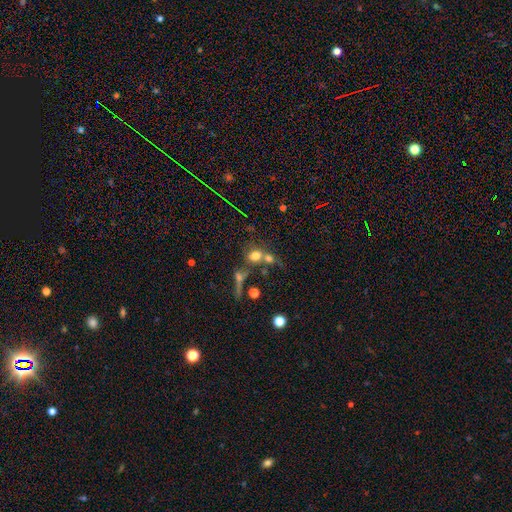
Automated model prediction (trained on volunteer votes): Q: Smooth or featured?
A: smooth (68%); runner-up: star or artifact (16%)
Q: How rounded?
A: round (64%); runner-up: in between (33%)
Q: Merging?
A: merger (45%); runner-up: none (39%)